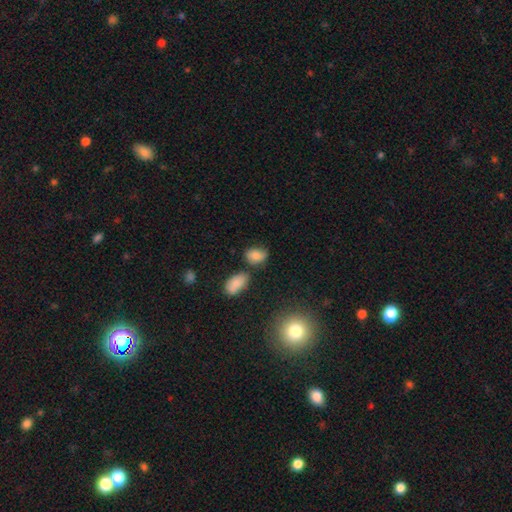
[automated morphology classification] smooth 80%, star or artifact 11%, featured or disk 9%. Down the decision tree: how rounded — in between (77%); merging — none (62%).